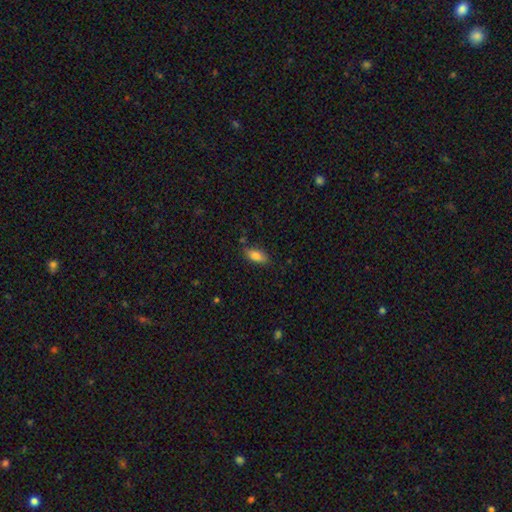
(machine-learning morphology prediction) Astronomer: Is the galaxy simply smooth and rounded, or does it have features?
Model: smooth — 83%.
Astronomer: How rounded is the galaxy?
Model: in between — 86%.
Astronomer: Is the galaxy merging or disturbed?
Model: none — 80%.